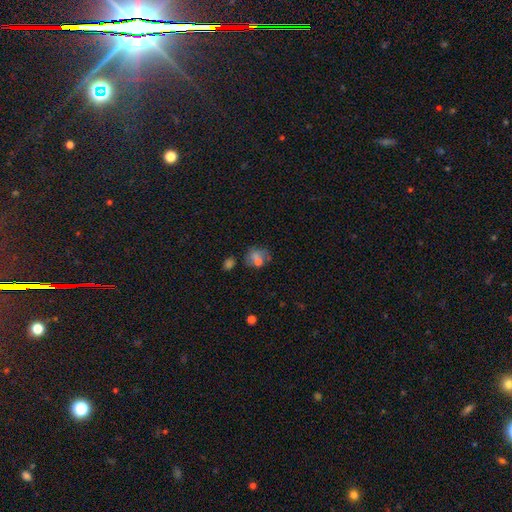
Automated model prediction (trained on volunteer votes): smooth_or_featured: smooth (p=0.48) [alt: star or artifact p=0.27]
merging: none (p=0.52) [alt: minor disturbance p=0.19]